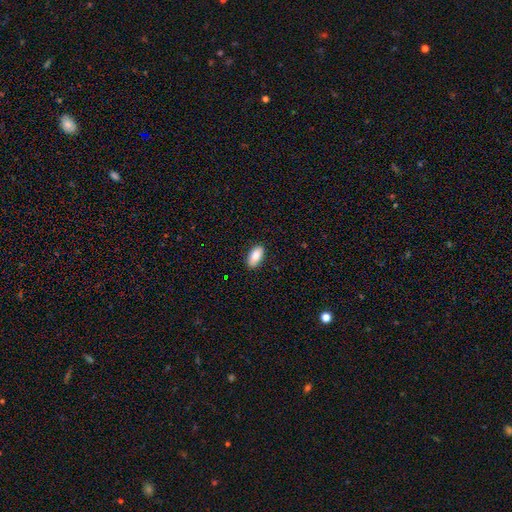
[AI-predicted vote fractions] This appears to be a smooth galaxy with no disk features (87%) that is in between round and cigar-shaped (91%). Merging: none (87%).